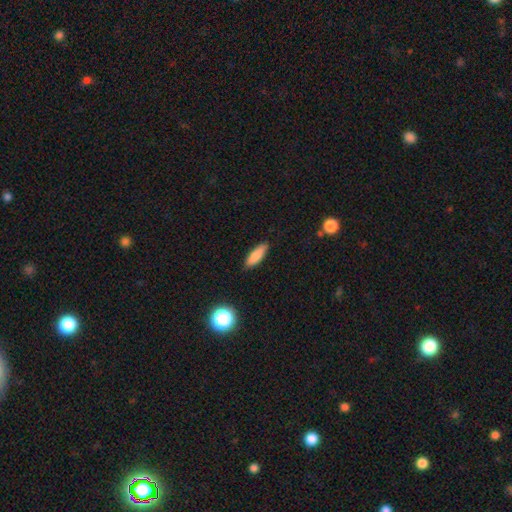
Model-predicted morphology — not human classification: Overall: smooth (83%). How rounded: cigar-shaped (50%; in between 48%). Merging: none (87%).